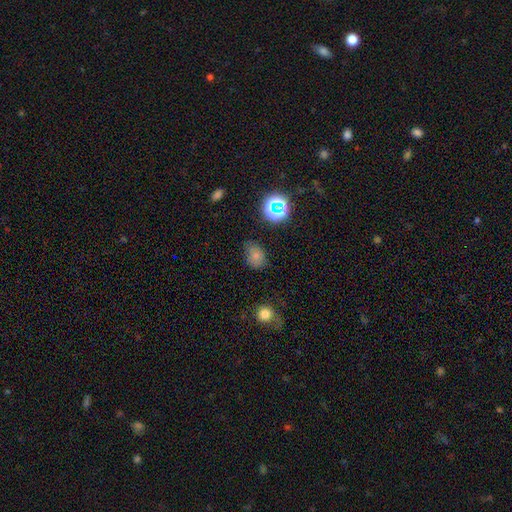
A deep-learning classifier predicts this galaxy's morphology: Q: Smooth or featured?
A: smooth (70%); runner-up: star or artifact (20%)
Q: How rounded?
A: in between (64%); runner-up: round (34%)
Q: Merging?
A: none (64%); runner-up: minor disturbance (26%)